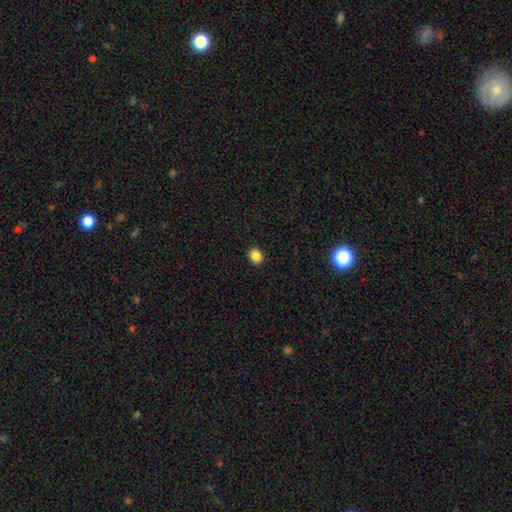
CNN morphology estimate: A smooth galaxy with no disk features (87%) that is round (54%). Merging: none (91%).